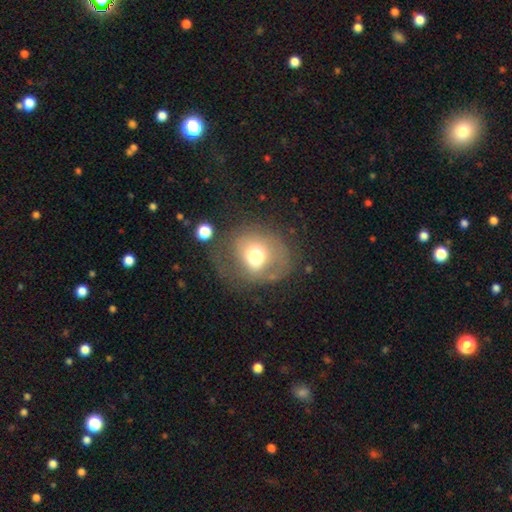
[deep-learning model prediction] A smooth galaxy with no disk features (59%) that is round (72%).

Vote fractions:
- Smooth or featured? smooth: 59% / featured or disk: 29% / star or artifact: 12%
- How rounded? round: 72% / in between: 28% / cigar-shaped: 1%
- Merging? none: 51% / major disturbance: 24% / minor disturbance: 22% / merger: 4%